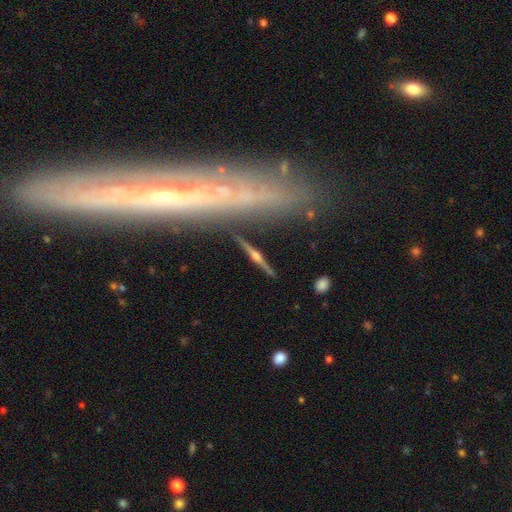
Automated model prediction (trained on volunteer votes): Smooth or featured: featured or disk — 73% (smooth — 17%)
Edge-on disk: yes — 93% (no — 7%)
Edge-on bulge: rounded — 83% (boxy — 9%)
Merging: none — 83% (minor disturbance — 10%)